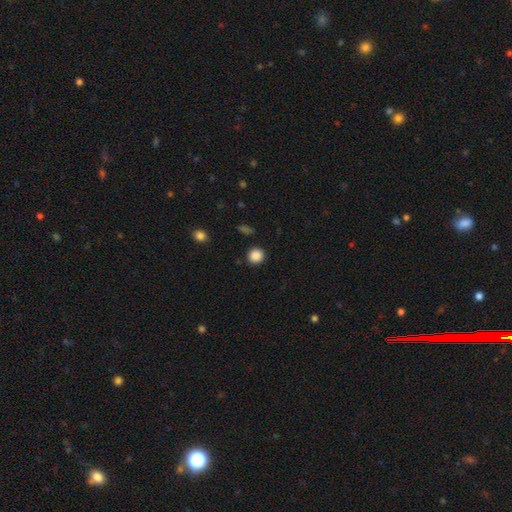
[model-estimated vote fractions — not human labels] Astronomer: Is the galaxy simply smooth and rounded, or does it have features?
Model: smooth — 88%.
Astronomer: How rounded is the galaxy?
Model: round — 91%.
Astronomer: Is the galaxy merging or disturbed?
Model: none — 91%.